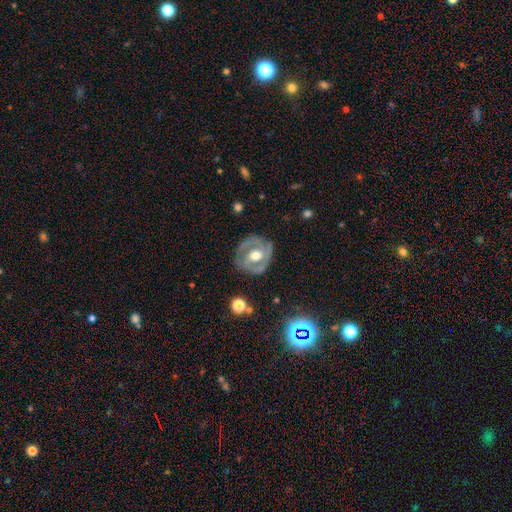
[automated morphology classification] Smooth or featured? featured or disk (82%)
Edge-on disk? no (97%)
Bar? no (51%)
Spiral arms? yes (82%)
Spiral winding? tight (56%)
Spiral arm count? 2 (73%)
Bulge size? moderate (72%)
Merging? none (77%)